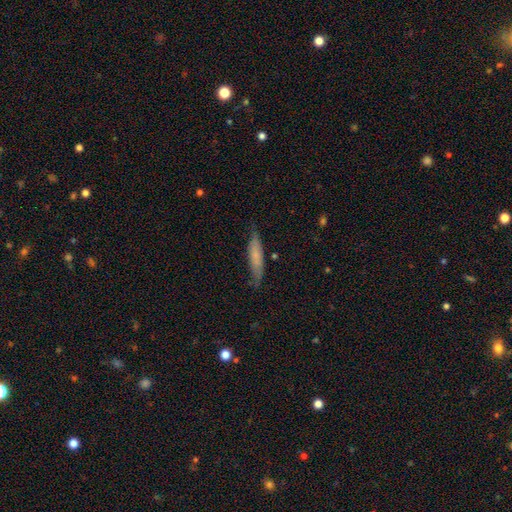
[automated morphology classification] Smooth or featured? smooth (67%)
How rounded? cigar-shaped (83%)
Merging? none (74%)